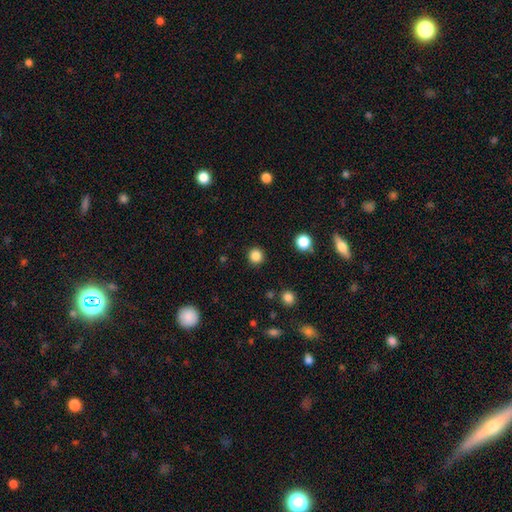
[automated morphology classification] Smooth or featured?
  - smooth: 84% *
  - star or artifact: 12%
  - featured or disk: 3%
How rounded?
  - round: 93% *
  - in between: 6%
  - cigar-shaped: 1%
Merging?
  - none: 91% *
  - minor disturbance: 6%
  - major disturbance: 2%
  - merger: 1%